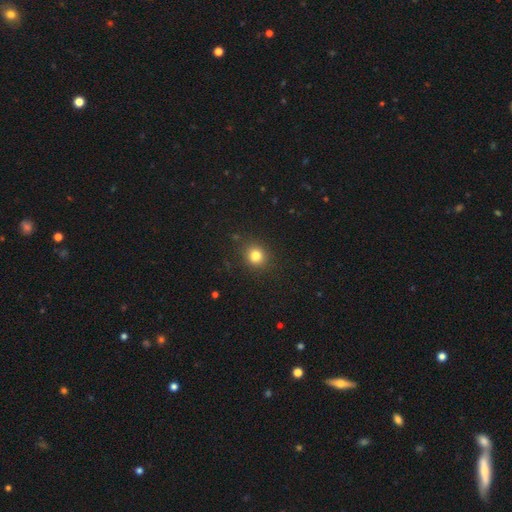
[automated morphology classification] Smooth or featured? Predicted: smooth (p=0.81). How rounded? Predicted: round (p=0.83). Merging? Predicted: none (p=0.87).